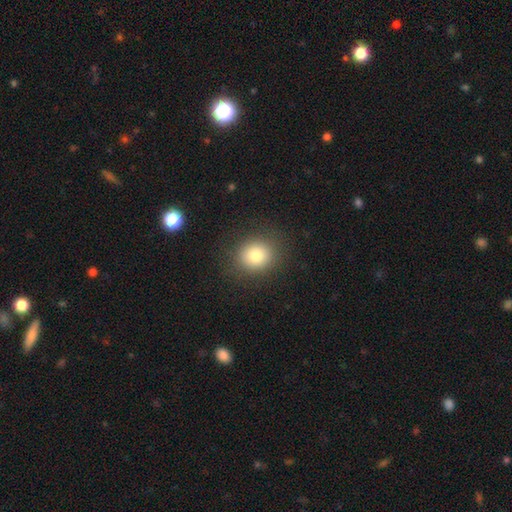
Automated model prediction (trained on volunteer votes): This appears to be a smooth galaxy with no disk features (79%) that is round (79%). Merging: none (87%).